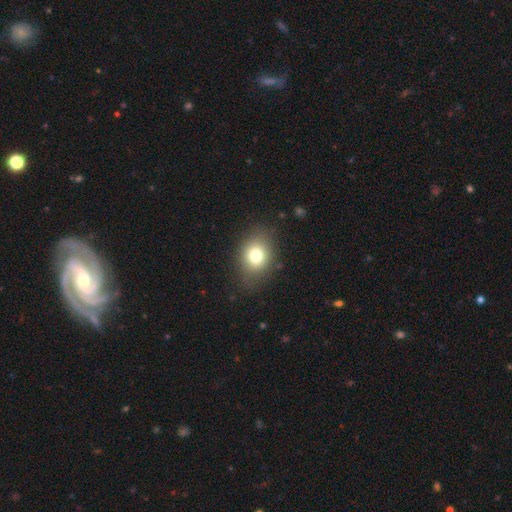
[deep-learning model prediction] smooth-or-featured: smooth: 77% | featured or disk: 12% | star or artifact: 12%
  how-rounded: in between: 53% | round: 46% | cigar-shaped: 1%
  merging: none: 81% | minor disturbance: 13% | major disturbance: 5% | merger: 1%